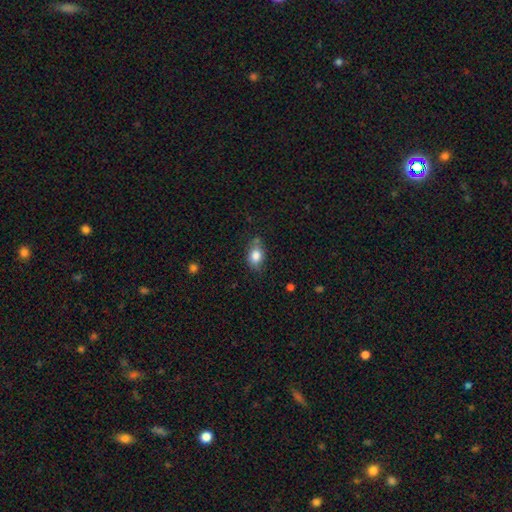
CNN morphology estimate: Overall: smooth (82%). How rounded: in between (72%). Merging: none (65%; minor disturbance 25%).